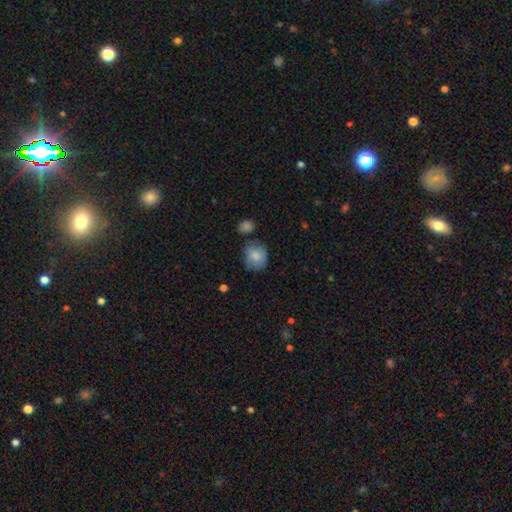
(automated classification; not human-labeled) smooth_or_featured: smooth (p=0.81) [alt: featured or disk p=0.12]
how_rounded: round (p=0.73) [alt: in between p=0.26]
merging: none (p=0.63) [alt: minor disturbance p=0.24]